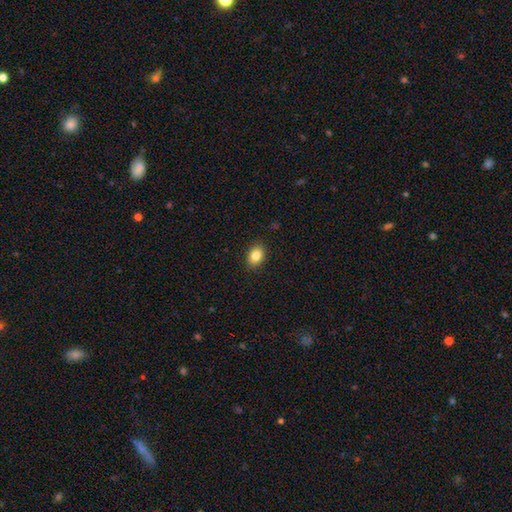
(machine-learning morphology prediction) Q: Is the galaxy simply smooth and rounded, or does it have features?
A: smooth — 84%.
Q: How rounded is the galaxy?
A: in between — 72%.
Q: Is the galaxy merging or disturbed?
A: none — 89%.